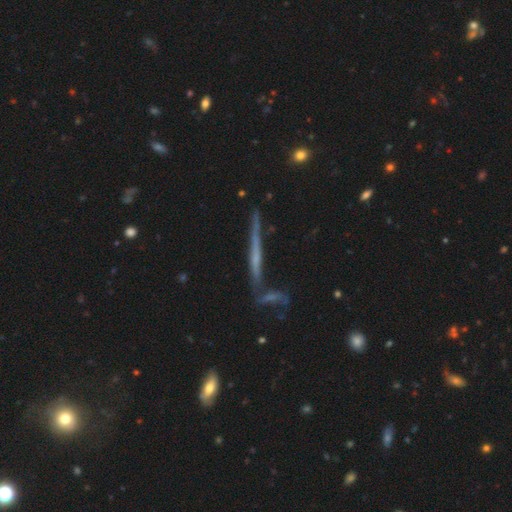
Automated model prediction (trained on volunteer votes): smooth_or_featured: featured or disk (p=0.63) [alt: smooth p=0.27]
disk_edge_on: yes (p=0.93) [alt: no p=0.07]
edge_on_bulge: none (p=0.72) [alt: rounded p=0.19]
merging: none (p=0.68) [alt: minor disturbance p=0.15]